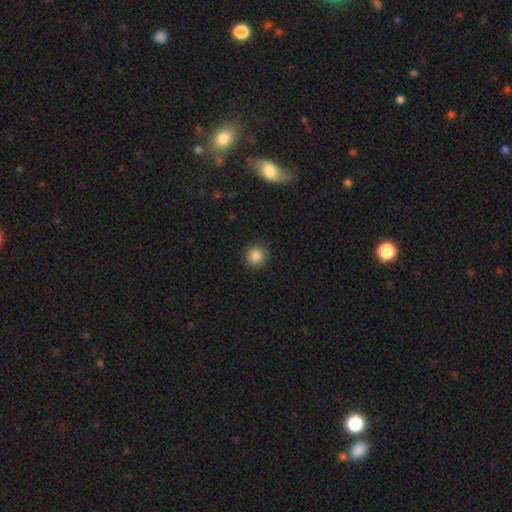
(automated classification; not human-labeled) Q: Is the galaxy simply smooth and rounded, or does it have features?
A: smooth — 86%.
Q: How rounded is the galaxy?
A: round — 94%.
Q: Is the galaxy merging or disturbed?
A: none — 92%.